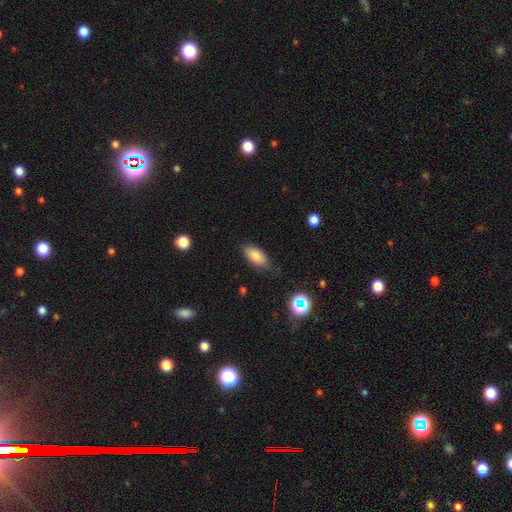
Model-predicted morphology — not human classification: type=smooth (83%); roundness=in between (89%); merging=none (77%).